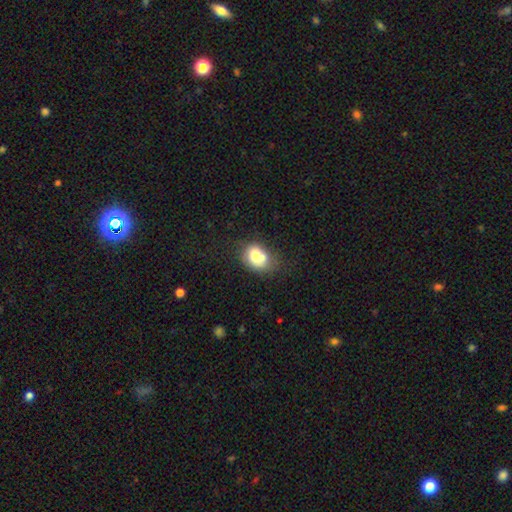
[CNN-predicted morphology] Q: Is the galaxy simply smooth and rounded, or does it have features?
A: smooth — 69%.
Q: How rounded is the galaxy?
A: round — 50%.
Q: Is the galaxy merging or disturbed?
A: merger — 43%.